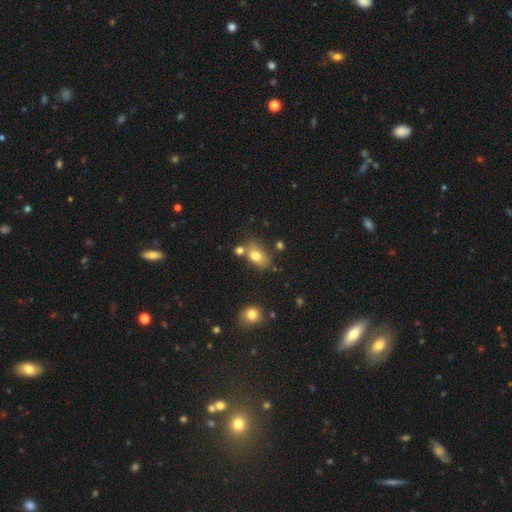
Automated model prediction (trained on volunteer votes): Smooth or featured? Predicted: smooth (p=0.77). How rounded? Predicted: in between (p=0.83). Merging? Predicted: none (p=0.57).